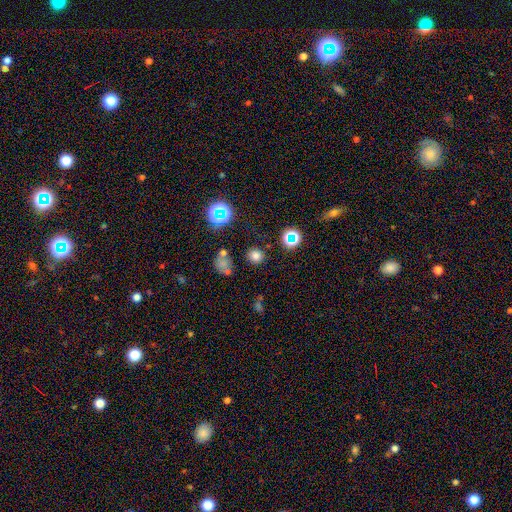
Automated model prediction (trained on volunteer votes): The model was most divided on "smooth or featured": smooth: 73%, star or artifact: 21%, featured or disk: 6%. More confident: how rounded — round (90%); merging — none (84%).